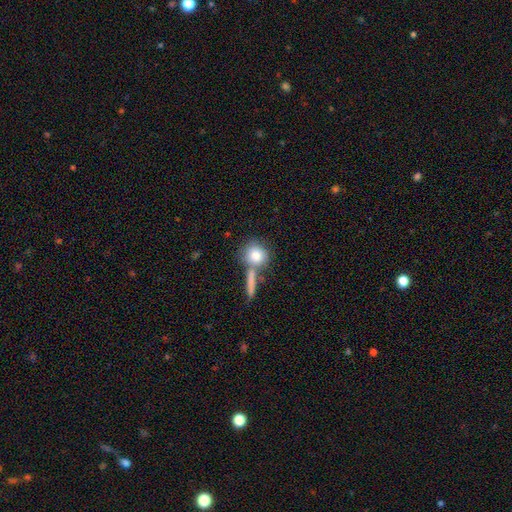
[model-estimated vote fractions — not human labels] A smooth galaxy with no disk features (79%) that is round (84%). Merging: none (58%).